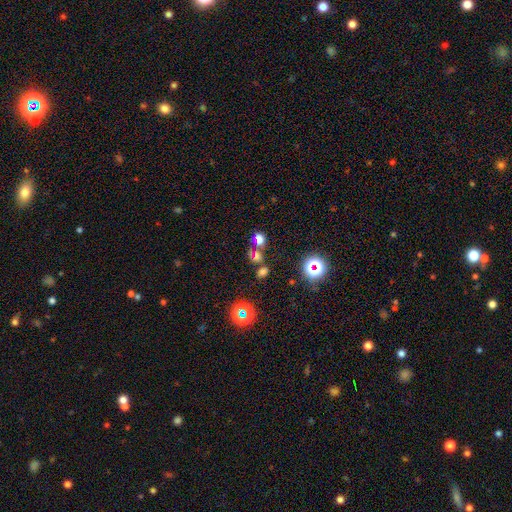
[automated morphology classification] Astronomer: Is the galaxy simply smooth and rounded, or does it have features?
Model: smooth — 51% (runner-up: star or artifact, 36%).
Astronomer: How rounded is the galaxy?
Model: round — 51% (runner-up: in between, 47%).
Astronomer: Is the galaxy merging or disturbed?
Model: none — 45% (runner-up: merger, 35%).